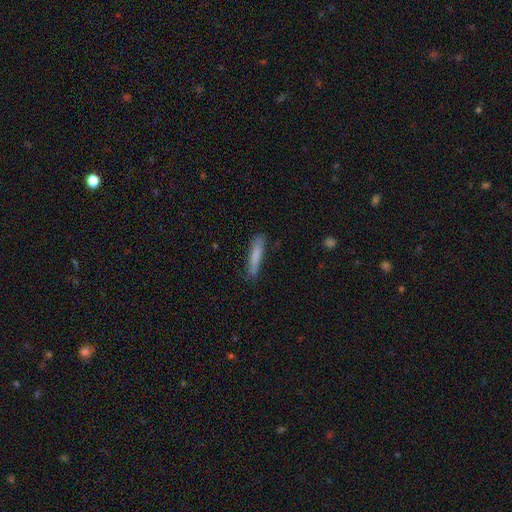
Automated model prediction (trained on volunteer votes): Smooth or featured? smooth (77%)
How rounded? cigar-shaped (92%)
Merging? none (80%)